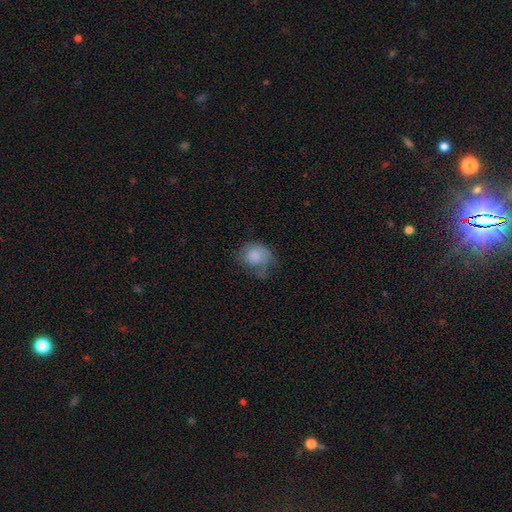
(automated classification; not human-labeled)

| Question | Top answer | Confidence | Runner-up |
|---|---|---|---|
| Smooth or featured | smooth | 74% | featured or disk (18%) |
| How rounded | round | 58% | in between (41%) |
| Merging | minor disturbance | 33% | tied: none (33%) |